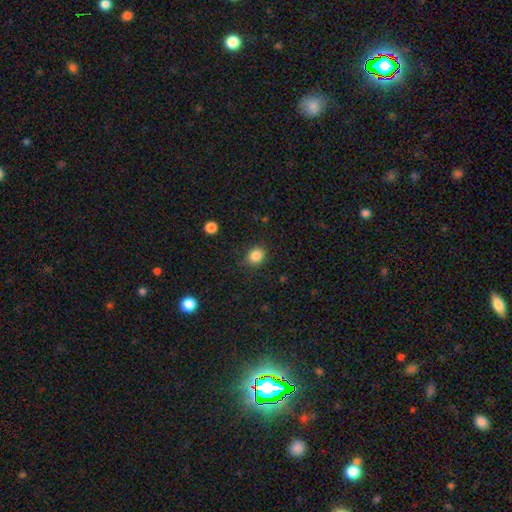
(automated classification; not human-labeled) The model was most divided on "how rounded": round: 70%, in between: 29%, cigar-shaped: 1%. More confident: smooth or featured — smooth (85%); merging — none (85%).